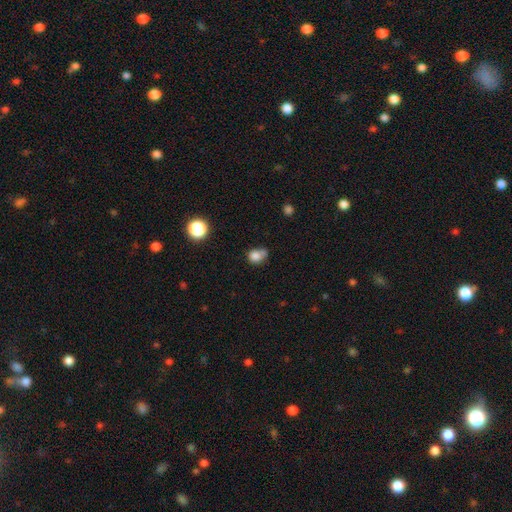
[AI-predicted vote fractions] Smooth or featured? Predicted: smooth (p=0.79). How rounded? Predicted: round (p=0.67). Merging? Predicted: none (p=0.41).